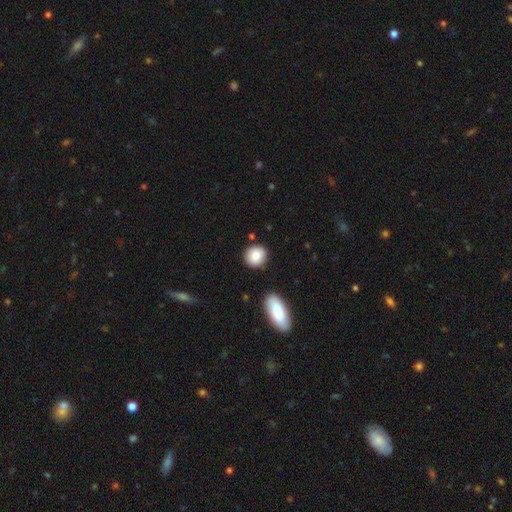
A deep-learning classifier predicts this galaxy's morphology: smooth-or-featured: smooth: 85% | featured or disk: 8% | star or artifact: 7%
  how-rounded: round: 79% | in between: 20% | cigar-shaped: 1%
  merging: none: 82% | minor disturbance: 11% | merger: 4% | major disturbance: 2%